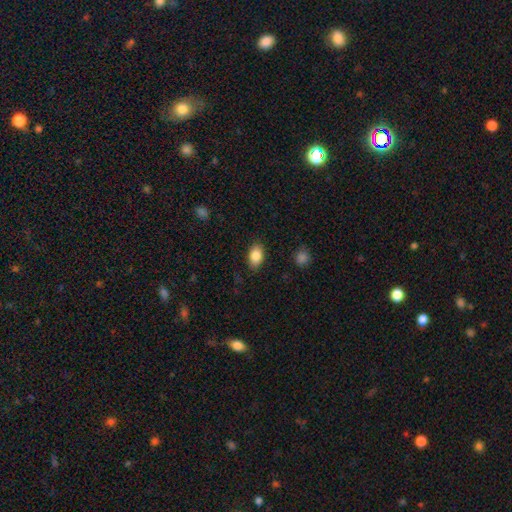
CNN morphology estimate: Overall: smooth (86%). How rounded: in between (88%). Merging: none (85%).